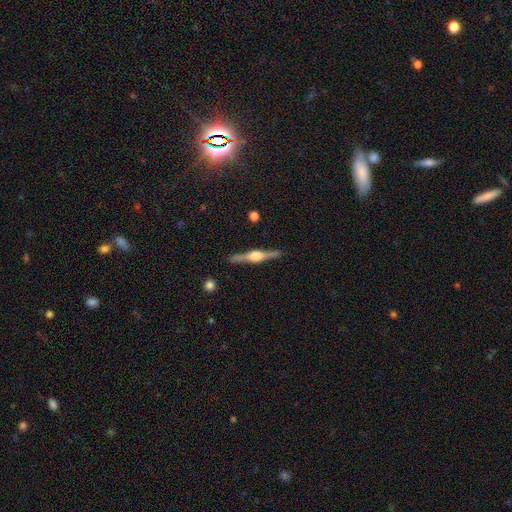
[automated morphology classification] A featured or disk galaxy (84%) viewed edge-on (98%) with a rounded central bulge (92%). Merging: none (91%).